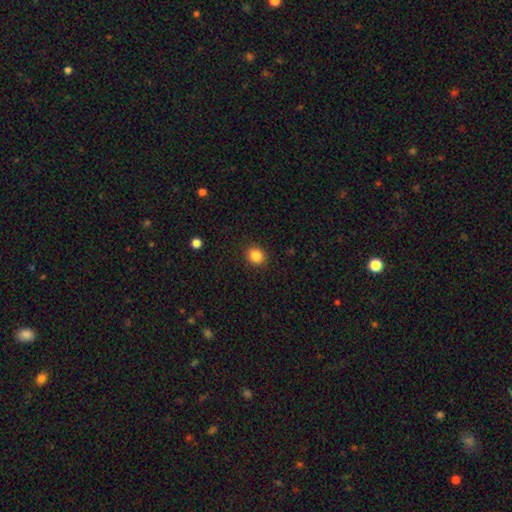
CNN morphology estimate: smooth-or-featured: smooth: 85% | star or artifact: 10% | featured or disk: 4%
  how-rounded: round: 73% | in between: 26% | cigar-shaped: 1%
  merging: none: 90% | minor disturbance: 6% | major disturbance: 2% | merger: 1%